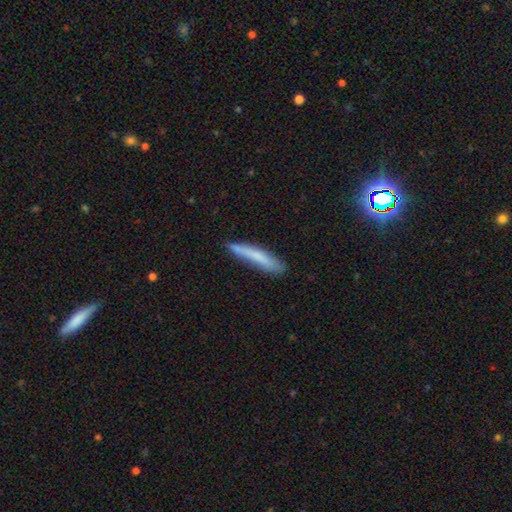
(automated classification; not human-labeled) Smooth or featured? Predicted: smooth (p=0.70). How rounded? Predicted: cigar-shaped (p=0.94). Merging? Predicted: none (p=0.77).